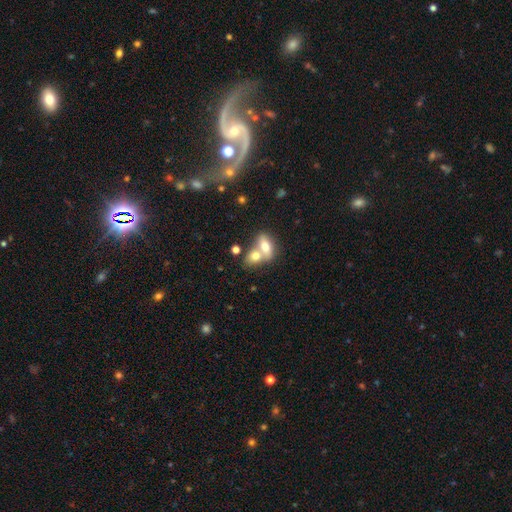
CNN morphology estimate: Q: Smooth or featured?
A: smooth (73%); runner-up: featured or disk (19%)
Q: How rounded?
A: in between (75%); runner-up: round (20%)
Q: Merging?
A: merger (67%); runner-up: none (24%)